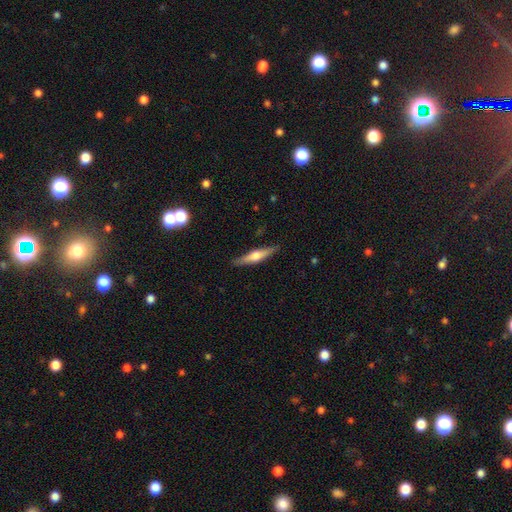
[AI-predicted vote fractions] Smooth or featured? Predicted: featured or disk (p=0.54). Edge-on disk? Predicted: yes (p=0.95). Edge-on bulge? Predicted: rounded (p=0.88). Merging? Predicted: none (p=0.88).